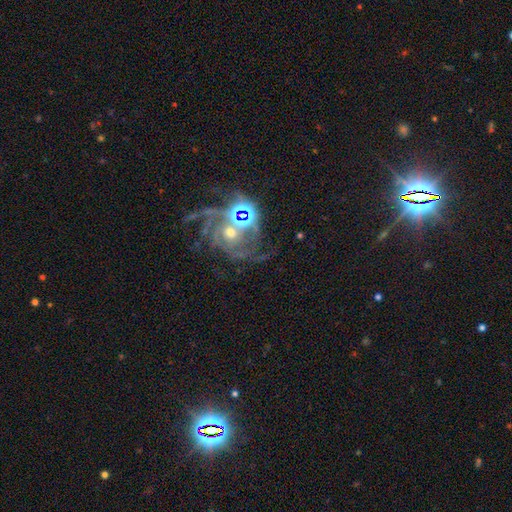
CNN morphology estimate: smooth-or-featured: featured or disk: 66% | star or artifact: 25% | smooth: 9%
  disk-edge-on: no: 97% | yes: 3%
    bar: no: 61% | weak: 28% | strong: 11%
    has-spiral-arms: yes: 85% | no: 15%
      spiral-winding: medium: 45% | tight: 29% | loose: 27%
      spiral-arm-count: 2: 31% | can't tell: 27% | 3: 18% | 1: 9% | 4: 8% | more than 4: 8%
    bulge-size: small: 44% | moderate: 41% | none: 8% | large: 5% | dominant: 2%
  merging: none: 36% | merger: 31% | major disturbance: 21% | minor disturbance: 12%